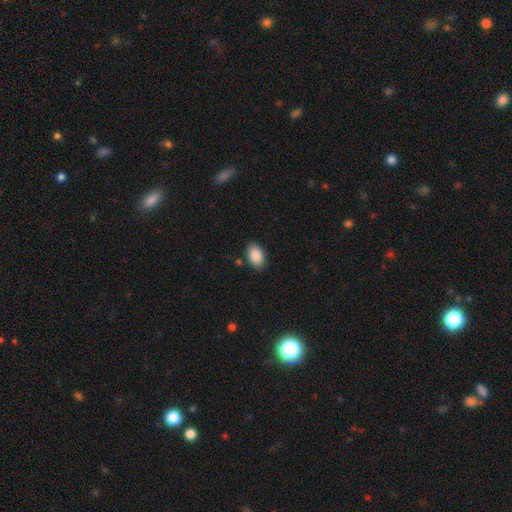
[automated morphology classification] Smooth or featured? smooth (89%)
How rounded? in between (91%)
Merging? none (87%)